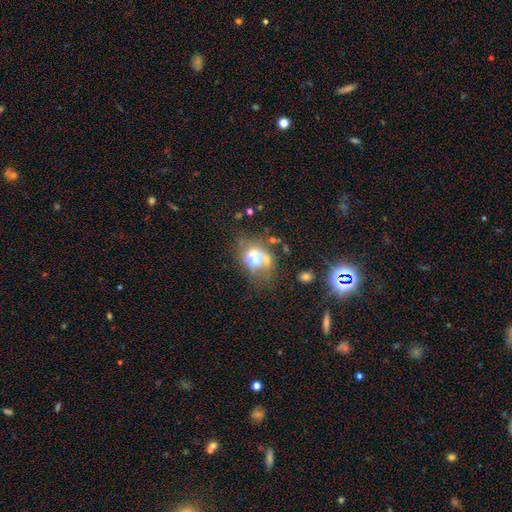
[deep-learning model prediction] A smooth galaxy with no disk features (57%) that is in between round and cigar-shaped (55%).

Vote fractions:
- Smooth or featured? smooth: 57% / featured or disk: 22% / star or artifact: 21%
- How rounded? in between: 55% / round: 44% / cigar-shaped: 2%
- Merging? none: 46% / merger: 27% / minor disturbance: 16% / major disturbance: 10%